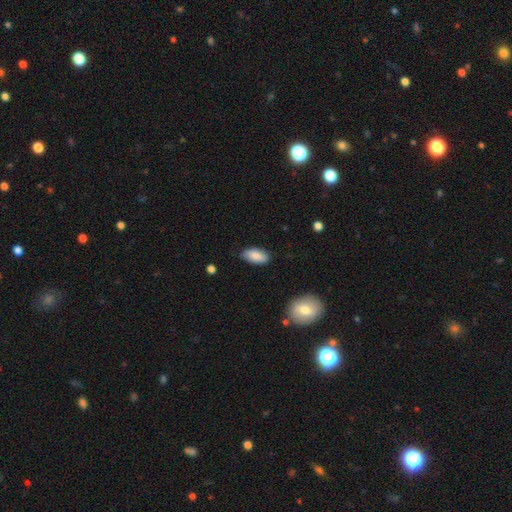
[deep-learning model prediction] Overall: smooth (86%). How rounded: in between (92%). Merging: none (82%).